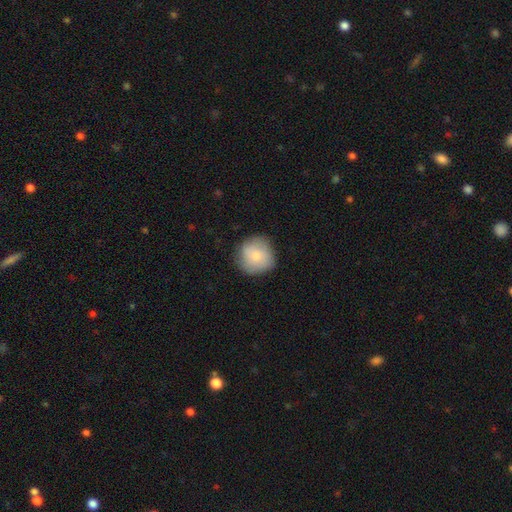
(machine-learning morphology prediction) This is likely a smooth galaxy (78%). How rounded: clearly round (92%). Merging: likely none (80%).